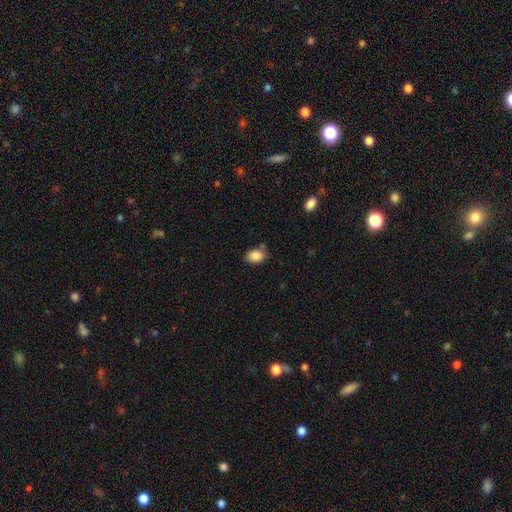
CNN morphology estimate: smooth-or-featured: smooth: 87% | star or artifact: 8% | featured or disk: 4%
  how-rounded: in between: 74% | round: 25% | cigar-shaped: 1%
  merging: none: 76% | minor disturbance: 15% | merger: 5% | major disturbance: 3%